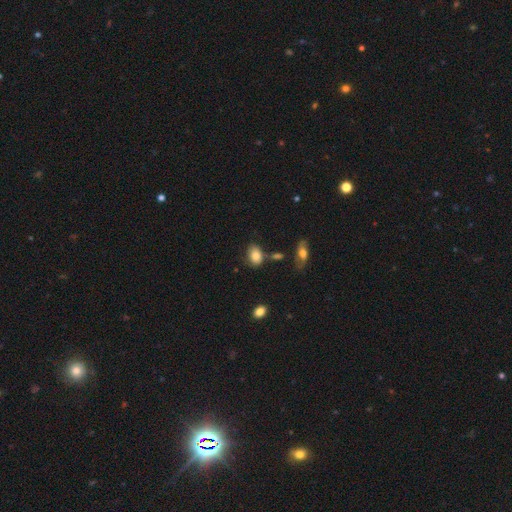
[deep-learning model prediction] Smooth or featured?
  - smooth: 84% *
  - featured or disk: 8%
  - star or artifact: 8%
How rounded?
  - in between: 81% *
  - round: 18%
  - cigar-shaped: 1%
Merging?
  - none: 69% *
  - minor disturbance: 18%
  - merger: 8%
  - major disturbance: 5%